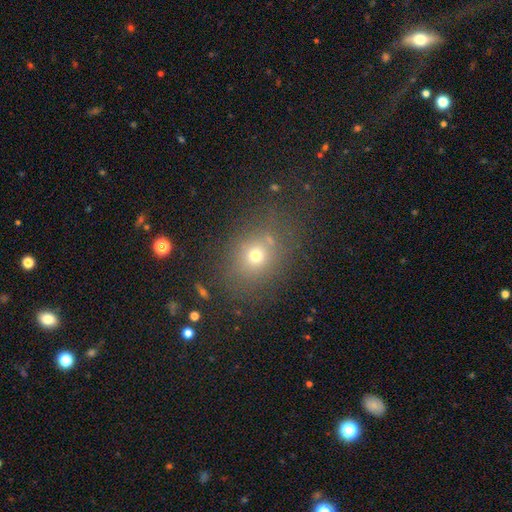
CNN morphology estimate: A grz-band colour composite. It shows a smooth galaxy with no disk features (66%) that is round (53%). Merging: none (71%).